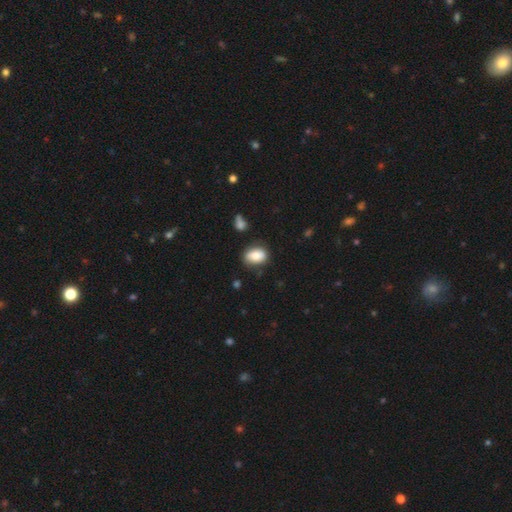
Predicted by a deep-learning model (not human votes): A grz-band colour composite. It shows a smooth galaxy with no disk features (78%) that is in between round and cigar-shaped (78%). Merging: none (71%).